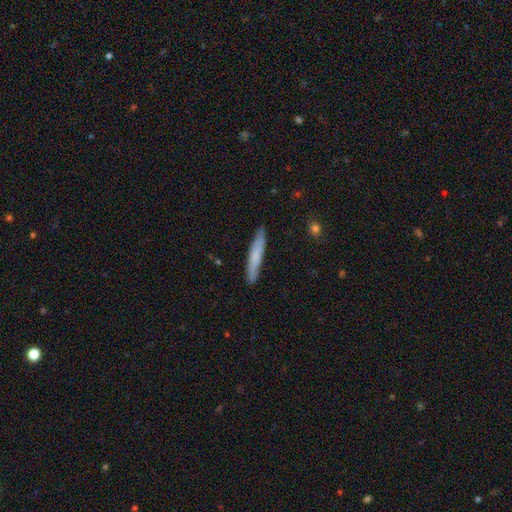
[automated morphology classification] Smooth or featured?
  - smooth: 67% *
  - featured or disk: 28%
  - star or artifact: 6%
How rounded?
  - cigar-shaped: 94% *
  - in between: 5%
  - round: 1%
Merging?
  - none: 87% *
  - minor disturbance: 10%
  - major disturbance: 2%
  - merger: 1%